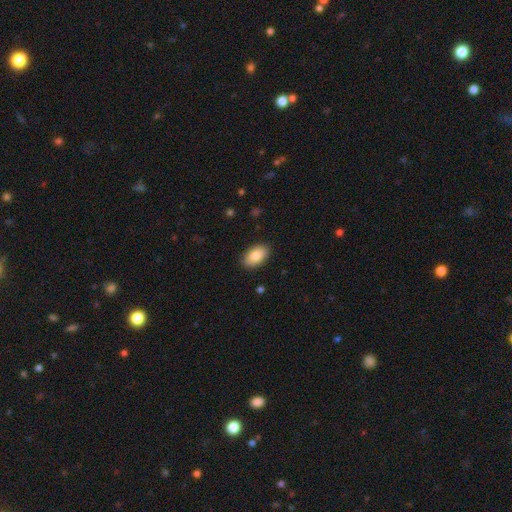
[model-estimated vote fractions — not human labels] This is clearly a smooth galaxy (86%). How rounded: clearly in between (94%). Merging: clearly none (88%).